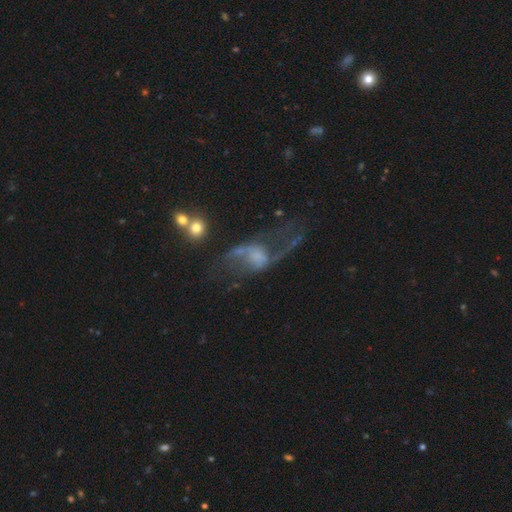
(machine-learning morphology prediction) smooth_or_featured: featured or disk (p=0.71) [alt: smooth p=0.17]
disk_edge_on: no (p=0.94) [alt: yes p=0.06]
bar: no (p=0.61) [alt: weak p=0.29]
has_spiral_arms: yes (p=0.75) [alt: no p=0.25]
spiral_winding: loose (p=0.84) [alt: medium p=0.13]
spiral_arm_count: 2 (p=0.83) [alt: 1 p=0.08]
bulge_size: none (p=0.37) [alt: small p=0.28]
merging: major disturbance (p=0.41) [alt: none p=0.32]